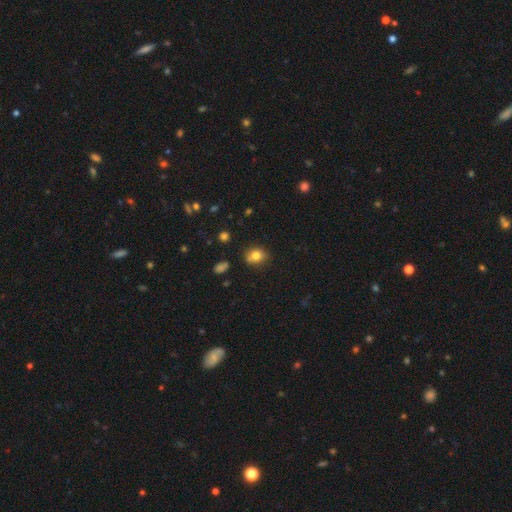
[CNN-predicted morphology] Smooth or featured?
  - smooth: 78% *
  - star or artifact: 11%
  - featured or disk: 11%
How rounded?
  - in between: 49% * (tied)
  - round: 49% * (tied)
  - cigar-shaped: 1%
Merging?
  - none: 73% *
  - minor disturbance: 19%
  - merger: 4%
  - major disturbance: 4%